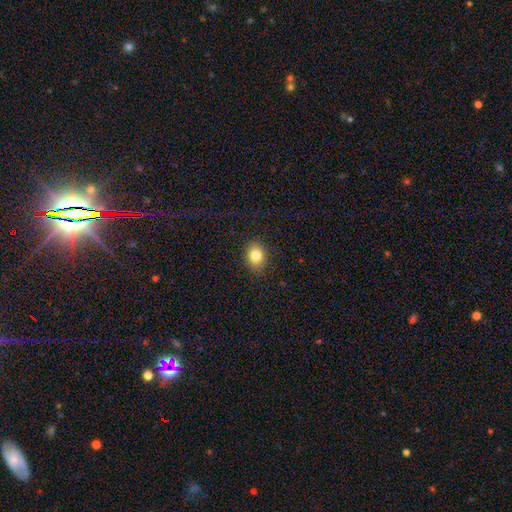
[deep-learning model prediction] A smooth galaxy with no disk features (82%) that is in between round and cigar-shaped (59%). Merging: none (87%).